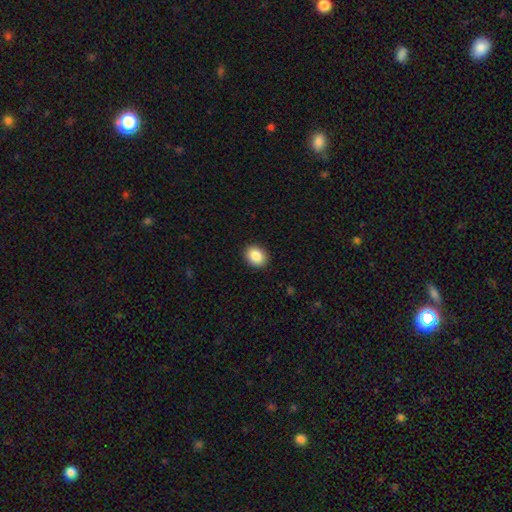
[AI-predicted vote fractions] Smooth or featured? smooth (87%)
How rounded? in between (51%)
Merging? none (91%)